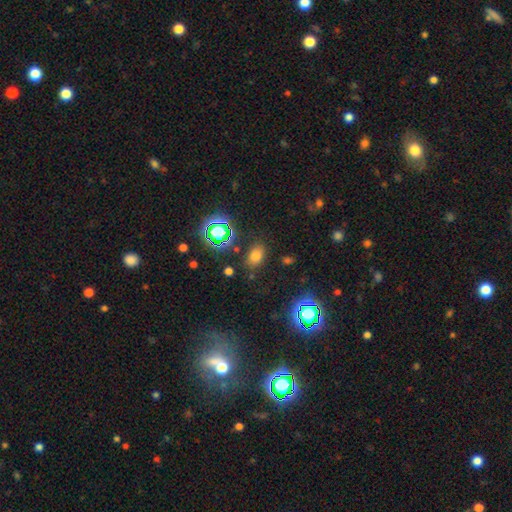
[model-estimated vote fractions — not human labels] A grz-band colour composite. It shows a smooth galaxy with no disk features (69%) that is in between round and cigar-shaped (78%). Merging: none (81%).